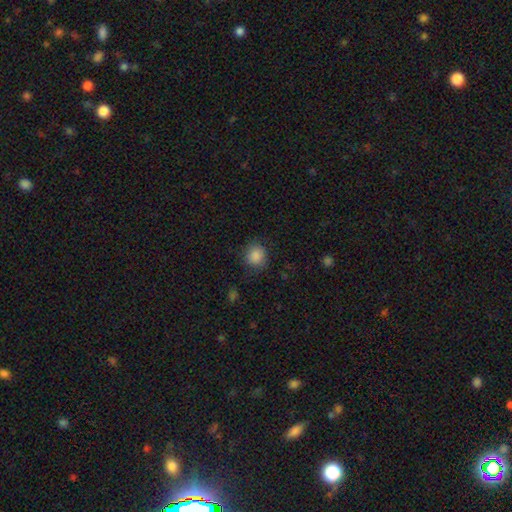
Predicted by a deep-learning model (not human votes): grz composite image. It shows a smooth galaxy with no disk features (87%) that is round (81%). Merging: none (80%).